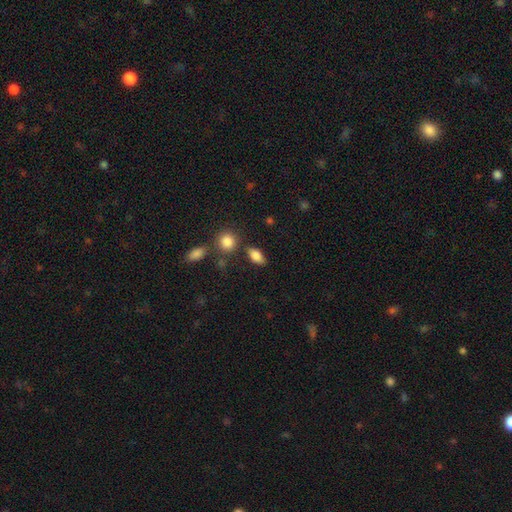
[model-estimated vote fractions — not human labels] Overall: smooth (84%). How rounded: in between (86%). Merging: none (76%).